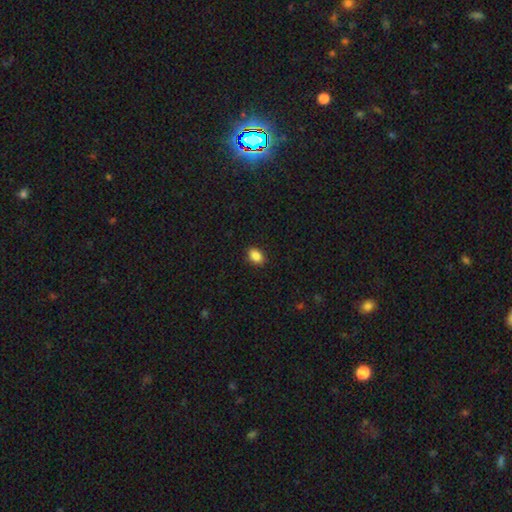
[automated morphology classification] A smooth galaxy with no disk features (88%) that is in between round and cigar-shaped (84%). Merging: none (89%).